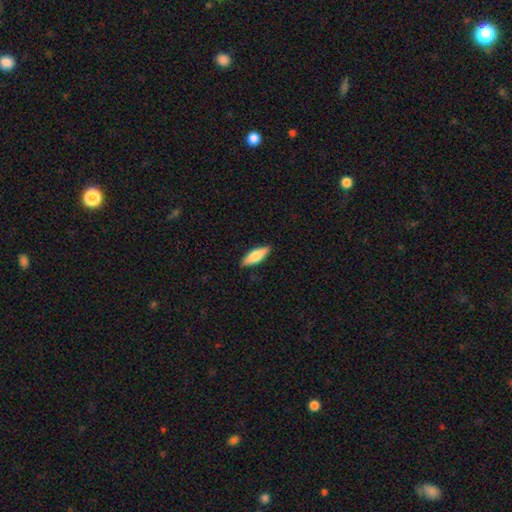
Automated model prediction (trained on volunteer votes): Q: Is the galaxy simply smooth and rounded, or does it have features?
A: smooth — 73%.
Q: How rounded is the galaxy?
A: in between — 64%.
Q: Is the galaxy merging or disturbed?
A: none — 88%.